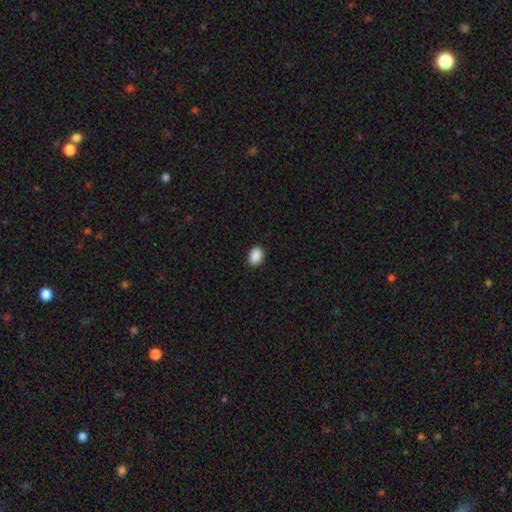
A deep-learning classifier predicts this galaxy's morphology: Q: Smooth or featured?
A: smooth (90%); runner-up: star or artifact (8%)
Q: How rounded?
A: in between (69%); runner-up: round (30%)
Q: Merging?
A: none (90%); runner-up: minor disturbance (8%)